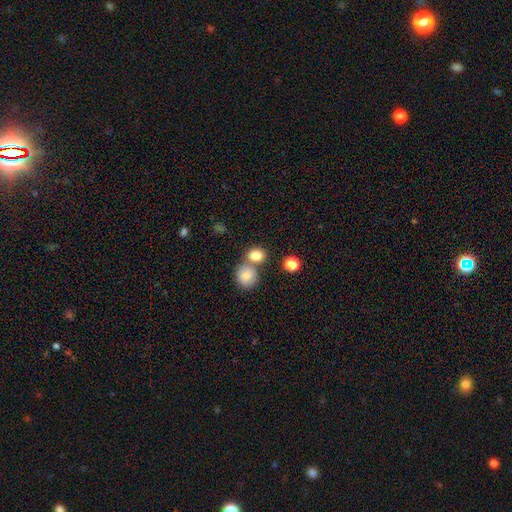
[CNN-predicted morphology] A smooth galaxy with no disk features (82%) that is round (60%).

Vote fractions:
- Smooth or featured? smooth: 82% / star or artifact: 10% / featured or disk: 8%
- How rounded? round: 60% / in between: 39% / cigar-shaped: 1%
- Merging? none: 51% / merger: 38% / minor disturbance: 9% / major disturbance: 3%